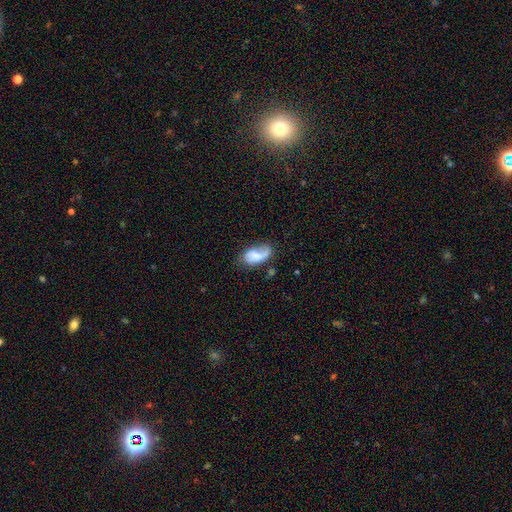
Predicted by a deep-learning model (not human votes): A smooth galaxy with no disk features (49%).

Vote fractions:
- Smooth or featured? smooth: 49% / featured or disk: 44% / star or artifact: 8%
- Merging? none: 47% / minor disturbance: 27% / major disturbance: 20% / merger: 6%